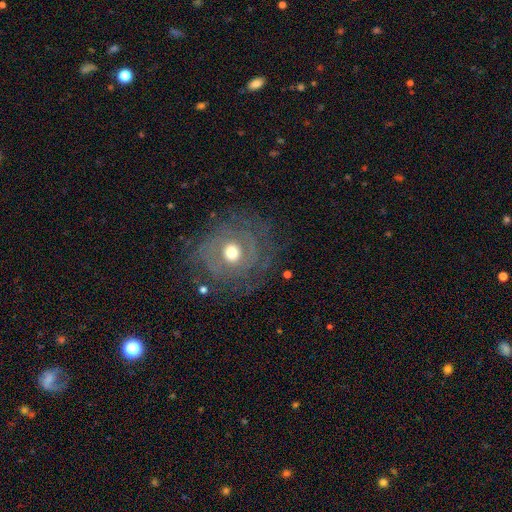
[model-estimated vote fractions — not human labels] Smooth or featured? Predicted: featured or disk (p=0.56). Edge-on disk? Predicted: no (p=0.95). Bar? Predicted: no (p=0.68). Spiral arms? Predicted: yes (p=0.67). Bulge size? Predicted: moderate (p=0.65). Merging? Predicted: none (p=0.81).